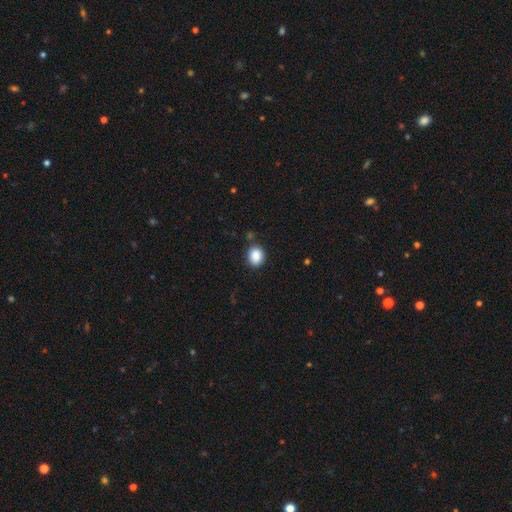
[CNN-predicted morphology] smooth_or_featured: smooth (p=0.88) [alt: star or artifact p=0.09]
how_rounded: round (p=0.54) [alt: in between p=0.46]
merging: none (p=0.84) [alt: minor disturbance p=0.11]